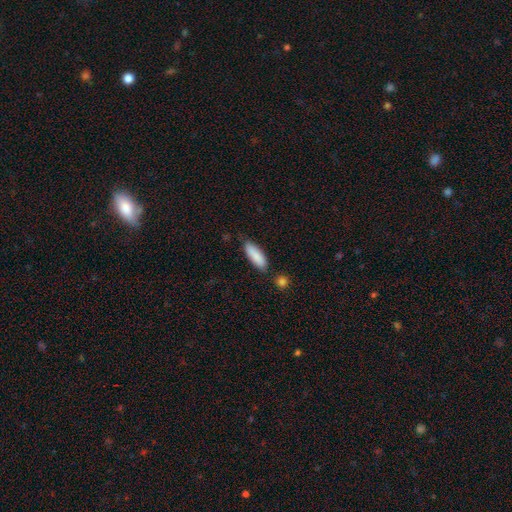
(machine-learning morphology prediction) smooth 88%, featured or disk 6%, star or artifact 5%. Down the decision tree: how rounded — in between (64%); merging — none (76%).